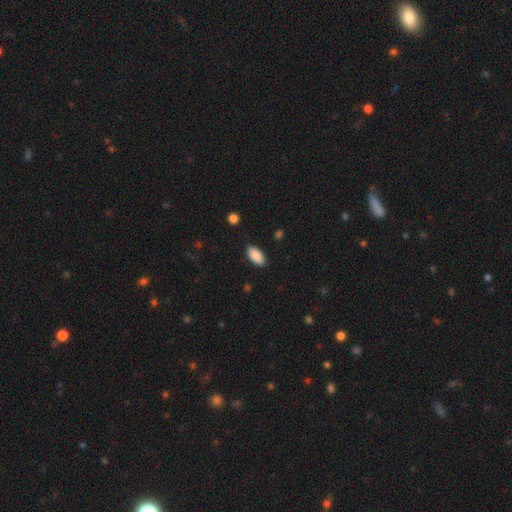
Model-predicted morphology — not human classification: Overall: smooth (89%). How rounded: in between (93%). Merging: none (88%).